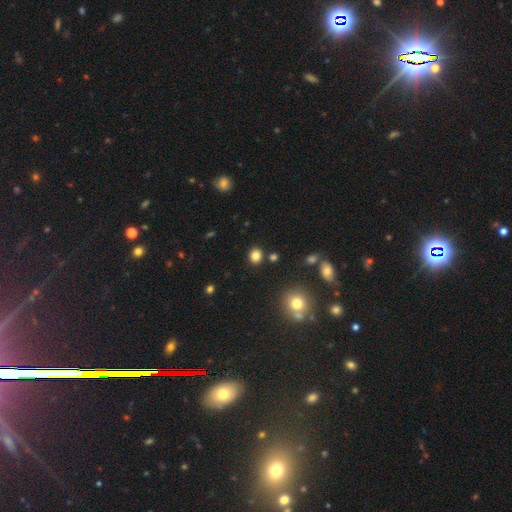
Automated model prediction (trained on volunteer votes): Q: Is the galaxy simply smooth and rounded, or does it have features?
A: smooth — 83%.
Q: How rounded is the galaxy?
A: round — 70%.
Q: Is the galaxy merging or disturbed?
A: none — 86%.